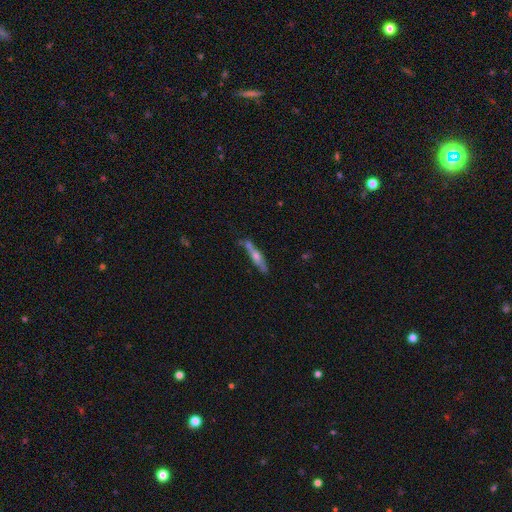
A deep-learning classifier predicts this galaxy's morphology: Overall: featured or disk (55%; smooth 37%). Edge-on disk: yes (86%). Merging: none (61%).